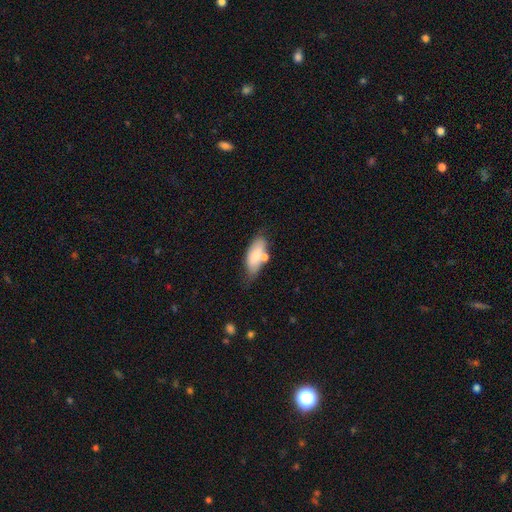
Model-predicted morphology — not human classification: This is likely a smooth galaxy (70%). How rounded: clearly in between (83%). Merging: possibly none (49%).